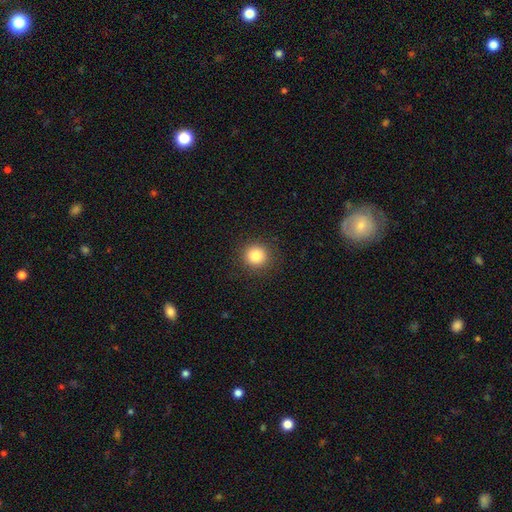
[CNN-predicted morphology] This appears to be a smooth galaxy with no disk features (82%) that is round (94%). Merging: none (91%).